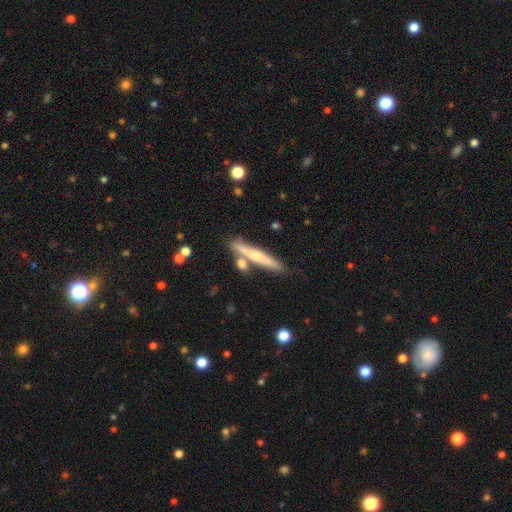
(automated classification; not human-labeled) smooth_or_featured: smooth (p=0.47) [alt: featured or disk p=0.46]
merging: none (p=0.75) [alt: merger p=0.12]